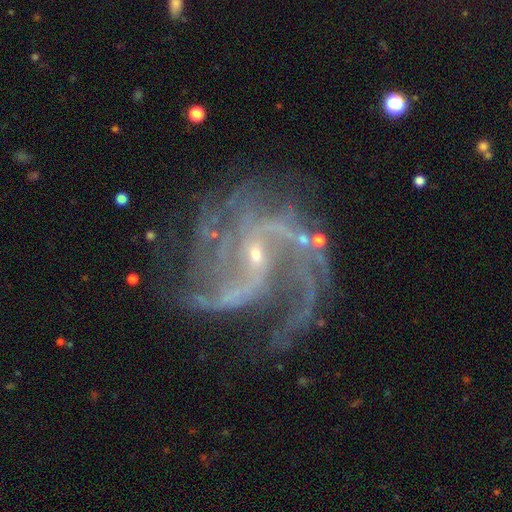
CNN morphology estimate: Q: Smooth or featured?
A: featured or disk (90%); runner-up: star or artifact (7%)
Q: Edge-on disk?
A: no (98%); runner-up: yes (2%)
Q: Bar?
A: weak (43%); runner-up: no (37%)
Q: Spiral arms?
A: yes (98%); runner-up: no (2%)
Q: Spiral winding?
A: medium (50%); runner-up: loose (33%)
Q: Spiral arm count?
A: 2 (32%); runner-up: 3 (24%)
Q: Bulge size?
A: small (83%); runner-up: moderate (11%)
Q: Merging?
A: none (57%); runner-up: major disturbance (21%)